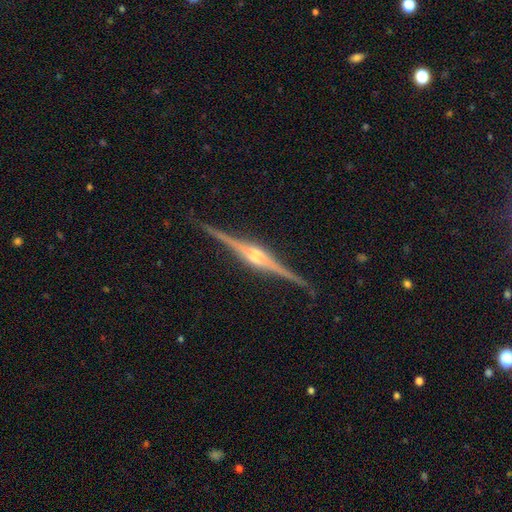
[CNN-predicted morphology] featured or disk 91%, star or artifact 5%, smooth 5%. Down the decision tree: edge-on disk — yes (99%); edge-on bulge — rounded (89%); merging — none (90%).